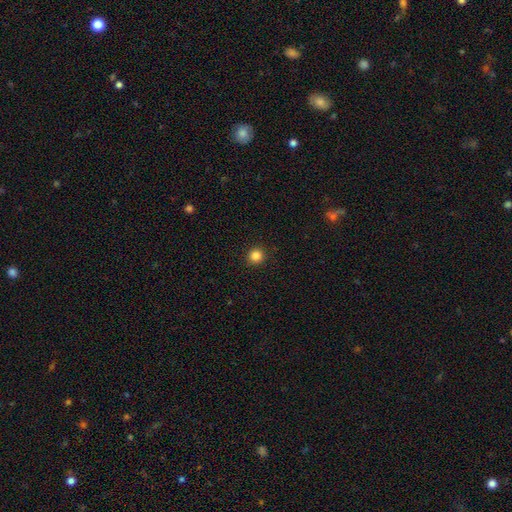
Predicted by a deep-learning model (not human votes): Overall: smooth (84%). How rounded: round (93%). Merging: none (93%).